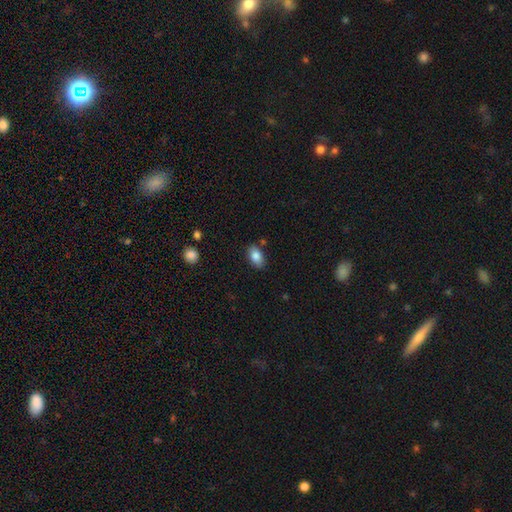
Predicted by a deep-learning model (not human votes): Smooth or featured?
  - smooth: 83% *
  - featured or disk: 9%
  - star or artifact: 8%
How rounded?
  - in between: 91% *
  - round: 7%
  - cigar-shaped: 2%
Merging?
  - none: 82% *
  - minor disturbance: 12%
  - merger: 4%
  - major disturbance: 2%